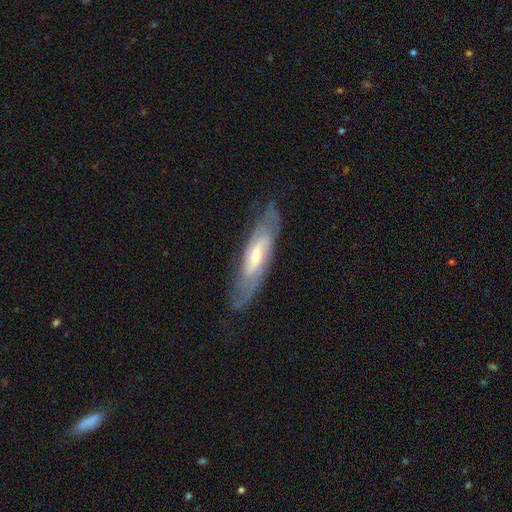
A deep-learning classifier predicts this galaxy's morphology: This is likely a featured or disk galaxy (74%). It is likely not viewed edge-on (69%). Bar: possibly weak (45%). Spiral arm pattern: clearly yes (87%). Central bulge: possibly moderate (51%). Merging: likely none (71%).